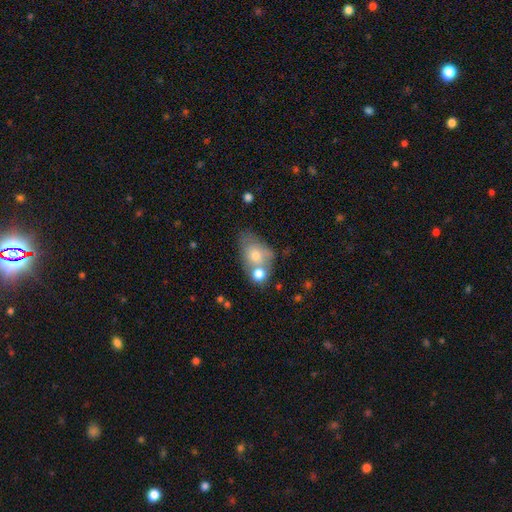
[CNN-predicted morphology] Smooth or featured? Predicted: smooth (p=0.68). How rounded? Predicted: in between (p=0.74). Merging? Predicted: merger (p=0.46).